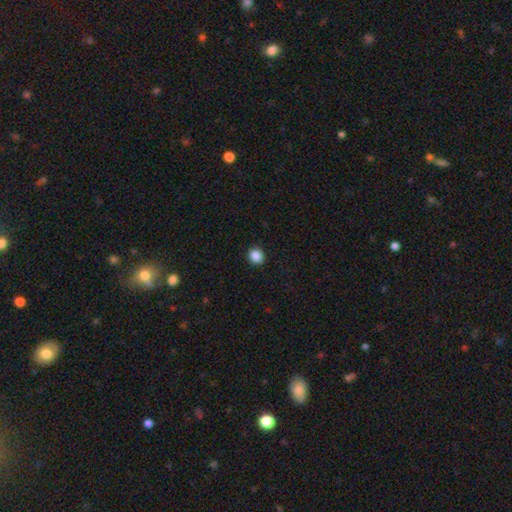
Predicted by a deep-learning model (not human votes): The model was most divided on "how rounded": round: 79%, in between: 20%, cigar-shaped: 1%. More confident: merging — none (92%); smooth or featured — smooth (88%).